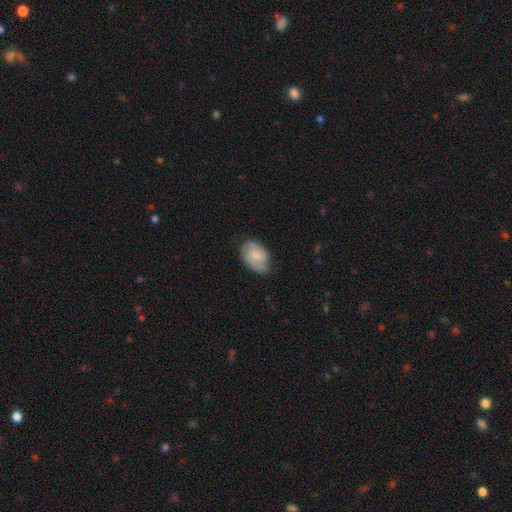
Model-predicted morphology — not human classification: This appears to be a smooth galaxy with no disk features (58%) that is in between round and cigar-shaped (85%). Merging: none (66%).